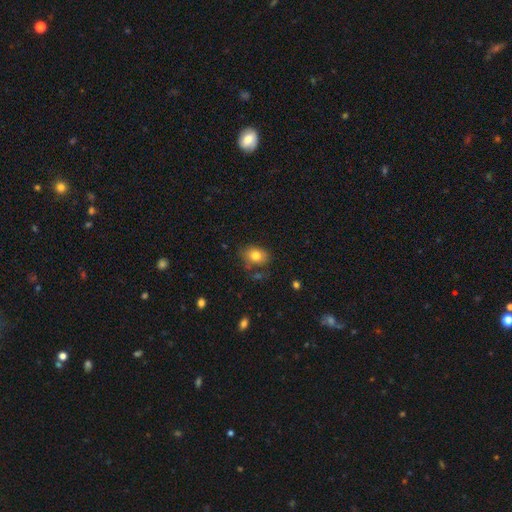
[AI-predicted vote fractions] Q: Smooth or featured?
A: smooth (79%); runner-up: featured or disk (11%)
Q: How rounded?
A: in between (70%); runner-up: round (29%)
Q: Merging?
A: none (70%); runner-up: minor disturbance (20%)